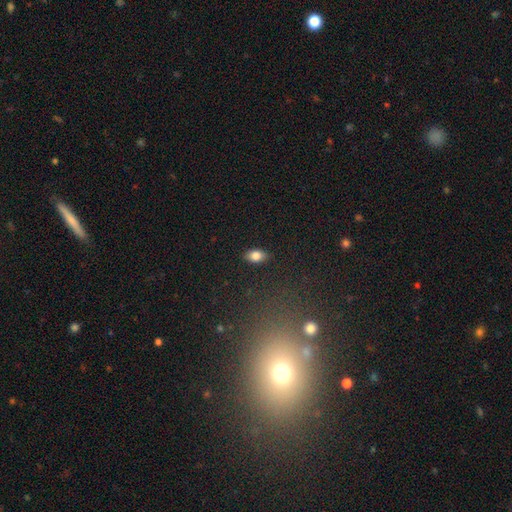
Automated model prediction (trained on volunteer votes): This is clearly a smooth galaxy (82%). How rounded: clearly in between (89%). Merging: clearly none (88%).